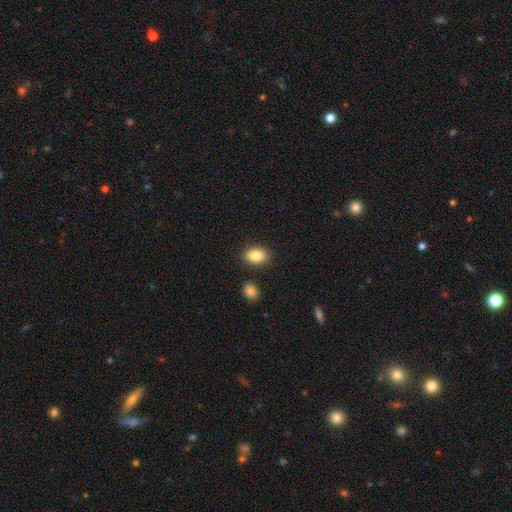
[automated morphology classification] Smooth or featured: smooth — 86% (star or artifact — 8%)
How rounded: in between — 84% (round — 15%)
Merging: none — 85% (minor disturbance — 9%)